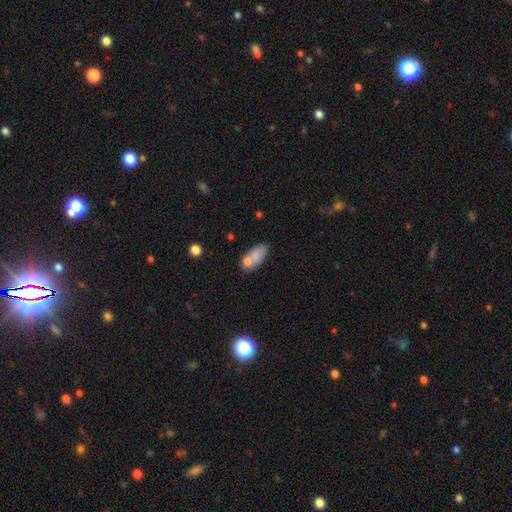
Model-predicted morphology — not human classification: Smooth or featured? smooth (74%)
How rounded? in between (88%)
Merging? none (48%)